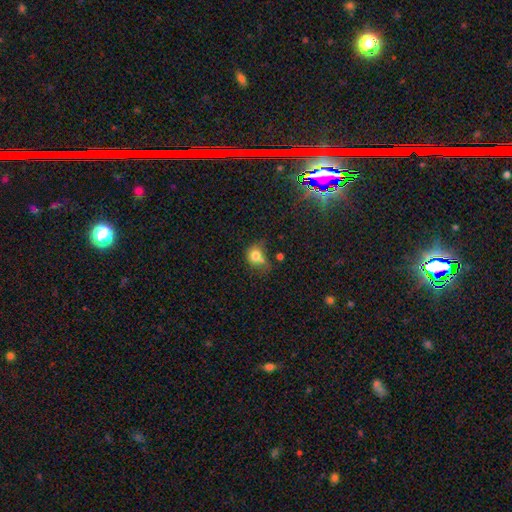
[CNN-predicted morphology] This appears to be a smooth galaxy with no disk features (75%) that is round (68%). Merging: none (37%).